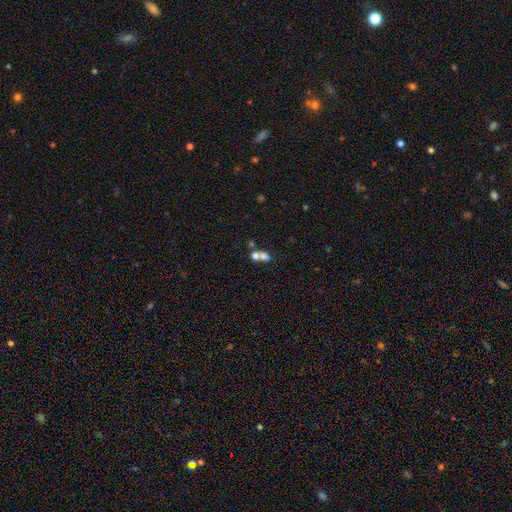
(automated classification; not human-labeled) Smooth or featured?
  - smooth: 60% *
  - star or artifact: 23%
  - featured or disk: 17%
How rounded?
  - in between: 52% *
  - round: 44%
  - cigar-shaped: 4%
Merging?
  - merger: 52% *
  - none: 36%
  - minor disturbance: 7%
  - major disturbance: 5%